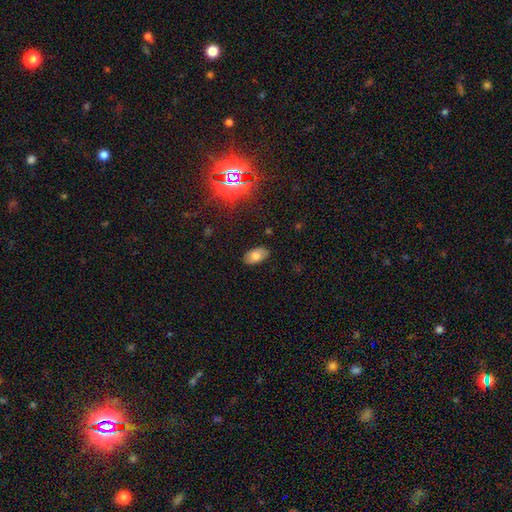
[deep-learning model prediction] smooth_or_featured: smooth (p=0.74) [alt: featured or disk p=0.14]
how_rounded: in between (p=0.94) [alt: round p=0.05]
merging: none (p=0.85) [alt: minor disturbance p=0.11]